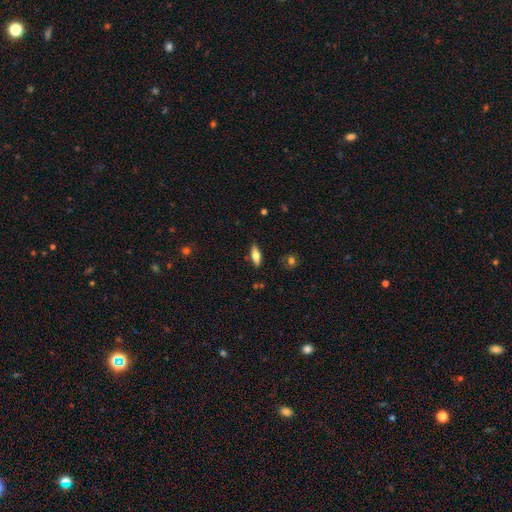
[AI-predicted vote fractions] Overall: smooth (62%; featured or disk 30%). How rounded: in between (66%; cigar-shaped 31%). Merging: none (85%).